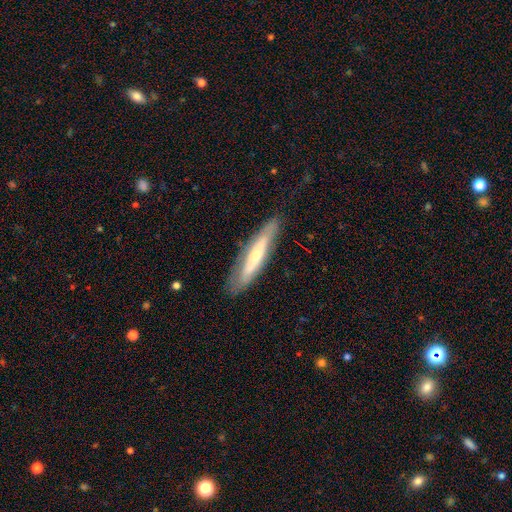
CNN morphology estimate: This appears to be a featured or disk galaxy (53%) viewed edge-on (69%). Merging: none (82%).